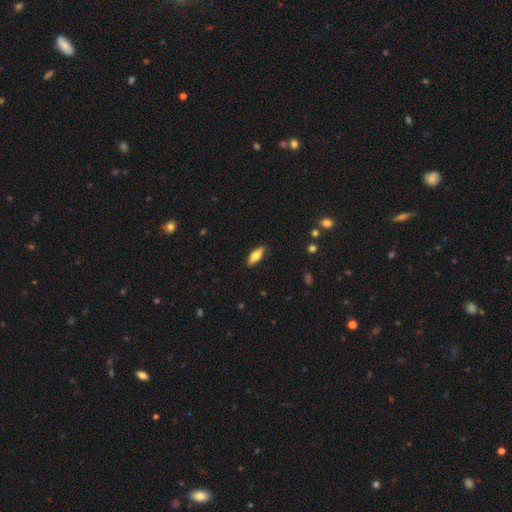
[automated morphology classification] smooth 71%, featured or disk 23%, star or artifact 6%. Down the decision tree: how rounded — in between (64%); merging — none (88%).